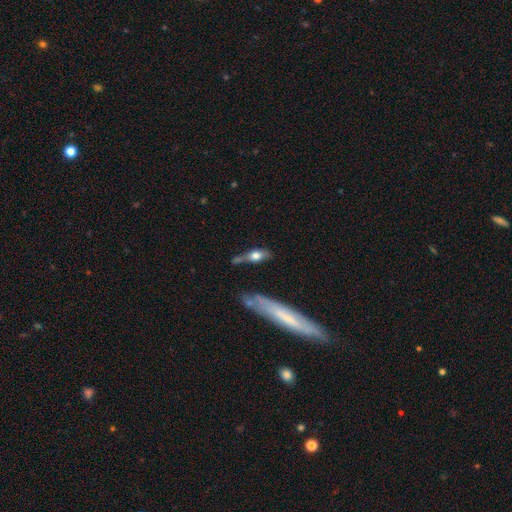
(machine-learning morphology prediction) A smooth galaxy with no disk features (56%) that is in between round and cigar-shaped (58%). Merging: none (43%).